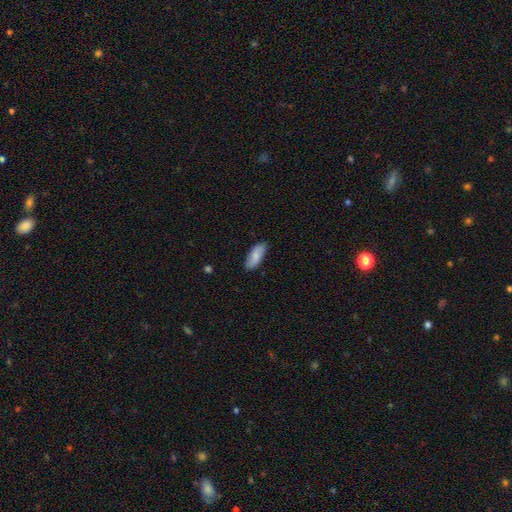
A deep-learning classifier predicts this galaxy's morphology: A smooth galaxy with no disk features (82%) that is in between round and cigar-shaped (82%). Merging: none (84%).